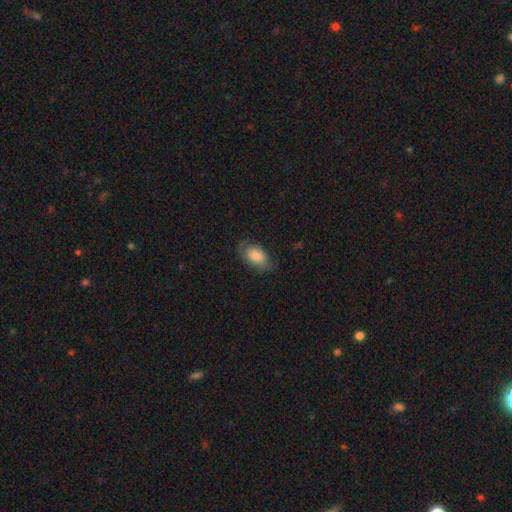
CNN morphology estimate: Smooth or featured: smooth — 78% (featured or disk — 15%)
How rounded: in between — 91% (round — 7%)
Merging: none — 69% (minor disturbance — 23%)